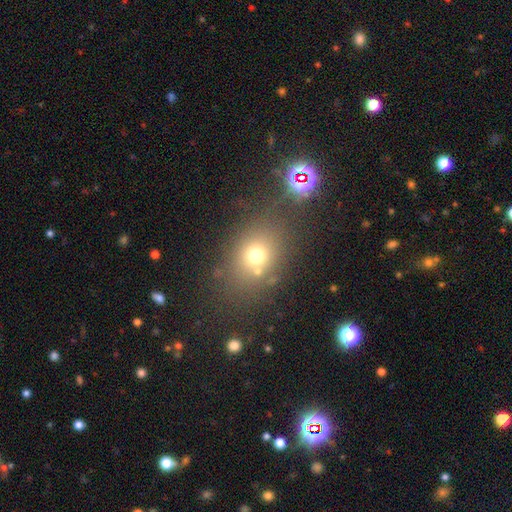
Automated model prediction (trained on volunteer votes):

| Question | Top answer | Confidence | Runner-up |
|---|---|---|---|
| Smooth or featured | smooth | 68% | star or artifact (20%) |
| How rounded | round | 55% | in between (43%) |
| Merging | none | 67% | merger (13%) |